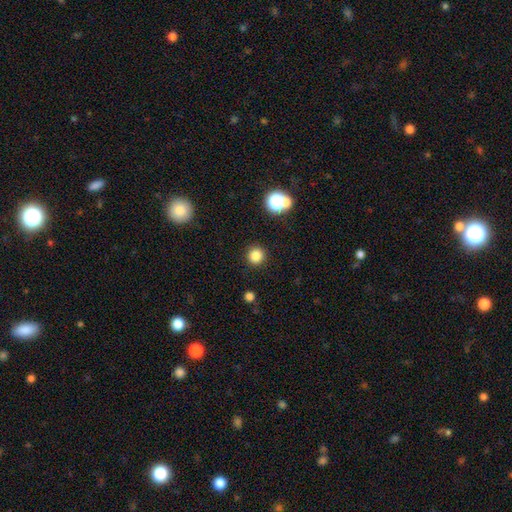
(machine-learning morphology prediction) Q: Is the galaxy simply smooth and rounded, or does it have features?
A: smooth — 83%.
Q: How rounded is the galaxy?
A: round — 95%.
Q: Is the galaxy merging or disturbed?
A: none — 90%.